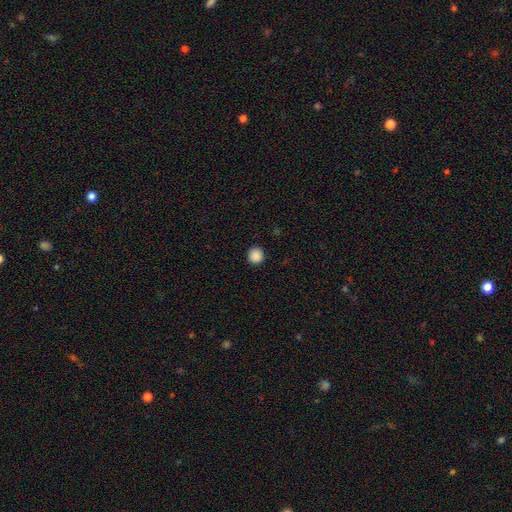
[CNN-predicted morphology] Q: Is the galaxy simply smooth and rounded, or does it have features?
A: smooth — 88%.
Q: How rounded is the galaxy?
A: round — 93%.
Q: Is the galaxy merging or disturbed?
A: none — 93%.